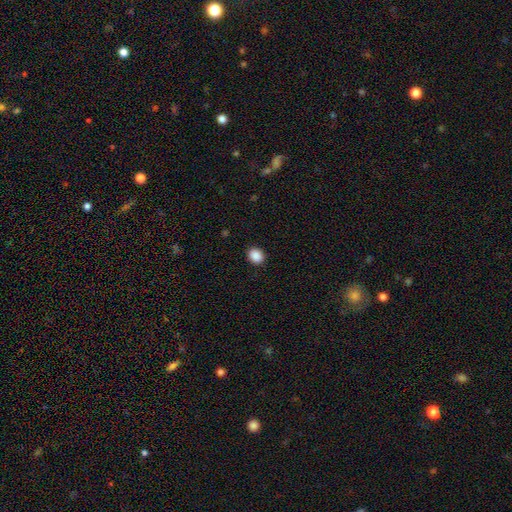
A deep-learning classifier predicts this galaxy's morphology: Smooth or featured? smooth (89%)
How rounded? round (69%)
Merging? none (91%)